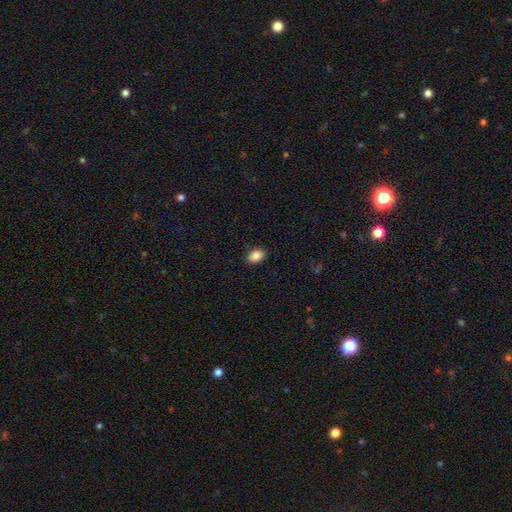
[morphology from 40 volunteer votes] Volunteers were most divided on "how rounded": in between: 76%, round: 21%, cigar-shaped: 3%. More confident: merging — none (89%); smooth or featured — smooth (82%).